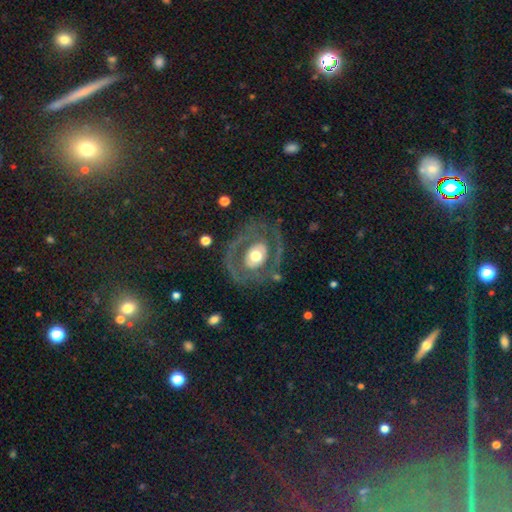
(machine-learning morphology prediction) type=featured or disk (73%); edge-on=no (96%); bar=no (74%); spiral arms=yes (55%); bulge=moderate (60%); merging=none (67%).